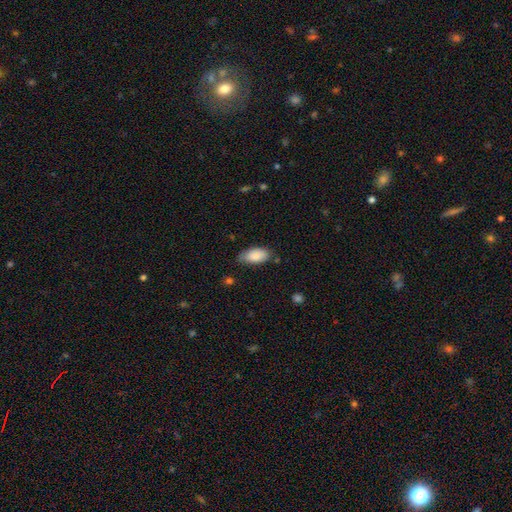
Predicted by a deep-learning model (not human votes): Q: Smooth or featured?
A: smooth (85%); runner-up: featured or disk (9%)
Q: How rounded?
A: in between (94%); runner-up: cigar-shaped (4%)
Q: Merging?
A: none (71%); runner-up: minor disturbance (23%)